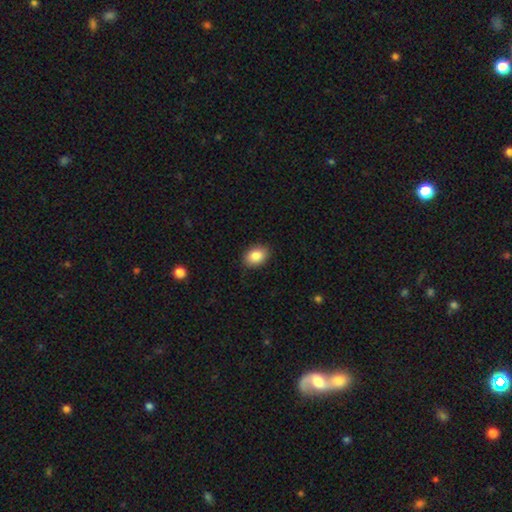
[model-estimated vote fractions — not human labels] smooth 87%, star or artifact 8%, featured or disk 6%. Down the decision tree: how rounded — in between (81%); merging — none (88%).